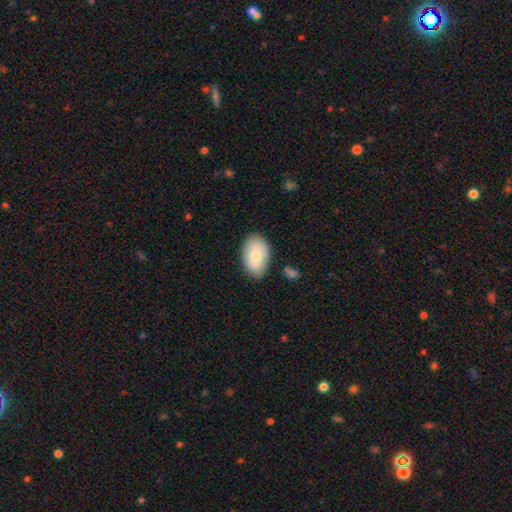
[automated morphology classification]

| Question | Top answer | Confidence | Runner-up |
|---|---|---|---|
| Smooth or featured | smooth | 76% | featured or disk (18%) |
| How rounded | in between | 92% | round (7%) |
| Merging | none | 79% | minor disturbance (14%) |